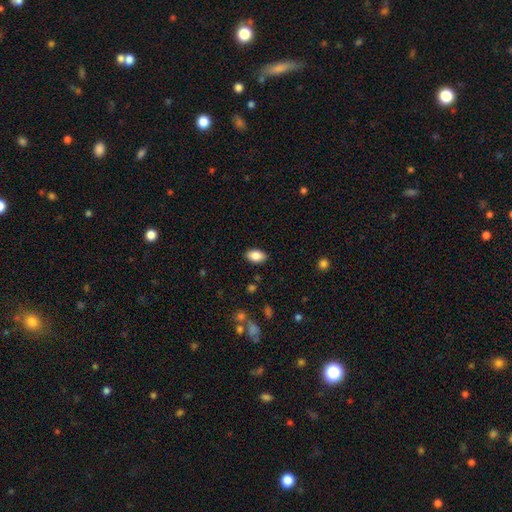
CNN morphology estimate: This appears to be a smooth galaxy with no disk features (86%) that is in between round and cigar-shaped (92%). Merging: none (88%).